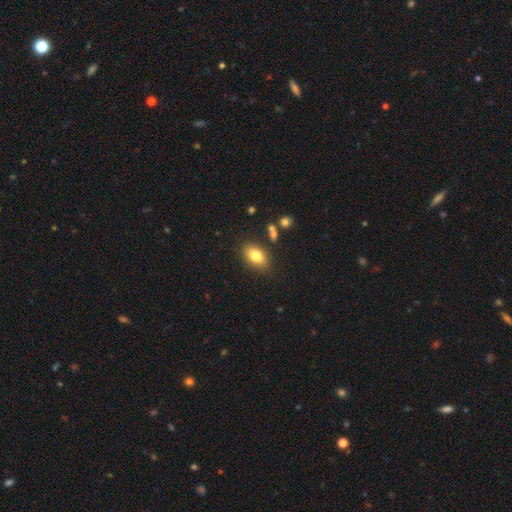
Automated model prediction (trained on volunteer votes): Smooth or featured: smooth — 80% (featured or disk — 11%)
How rounded: in between — 86% (round — 12%)
Merging: none — 81% (minor disturbance — 13%)